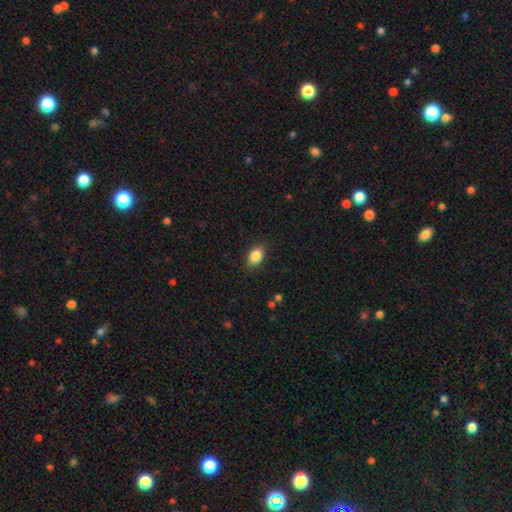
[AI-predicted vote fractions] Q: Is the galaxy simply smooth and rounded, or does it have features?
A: smooth — 86%.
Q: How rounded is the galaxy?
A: in between — 85%.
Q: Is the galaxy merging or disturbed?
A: none — 86%.